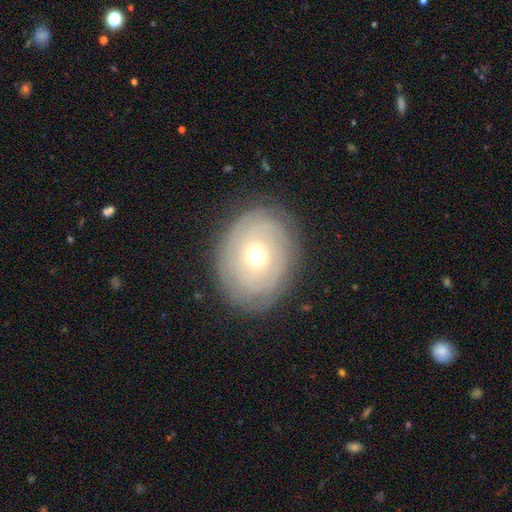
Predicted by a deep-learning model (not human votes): Overall: featured or disk (62%; smooth 30%). Edge-on disk: no (95%). Bar: no (82%). Spiral arms: yes (72%). Bulge size: moderate (52%; small 44%). Merging: none (82%).